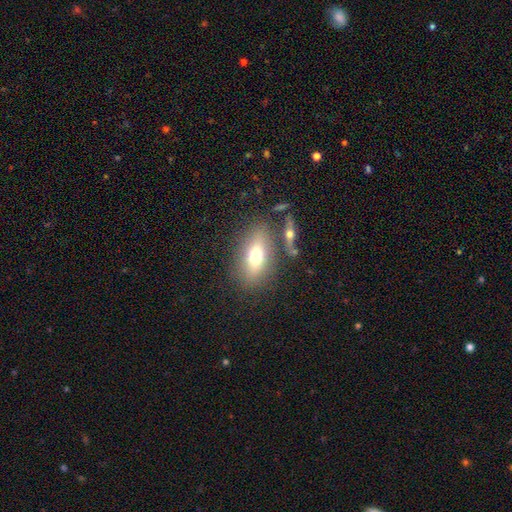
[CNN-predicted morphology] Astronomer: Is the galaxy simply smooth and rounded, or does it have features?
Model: smooth — 65%.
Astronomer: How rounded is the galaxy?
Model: in between — 80%.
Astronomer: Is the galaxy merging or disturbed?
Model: none — 73%.